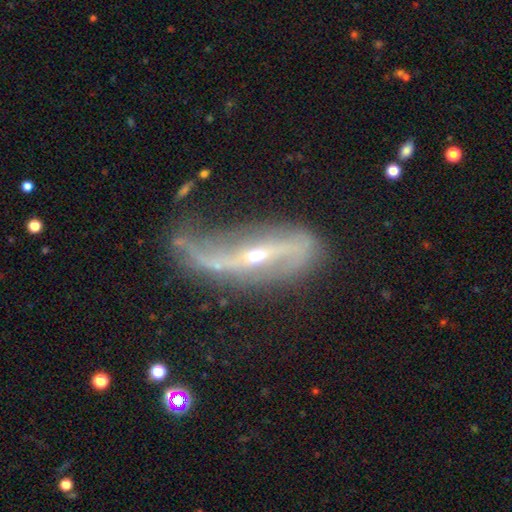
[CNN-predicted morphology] smooth-or-featured: featured or disk: 85% | smooth: 8% | star or artifact: 7%
  disk-edge-on: no: 81% | yes: 19%
    bar: strong: 44% | no: 32% | weak: 25%
    has-spiral-arms: yes: 86% | no: 14%
      spiral-winding: loose: 76% | medium: 16% | tight: 8%
      spiral-arm-count: 2: 81% | 1: 10% | can't tell: 6% | 3: 1% | 4: 1% | more than 4: 1%
    bulge-size: small: 70% | moderate: 27% | large: 1% | none: 1% | dominant: 1%
  merging: none: 43% | minor disturbance: 28% | major disturbance: 24% | merger: 5%